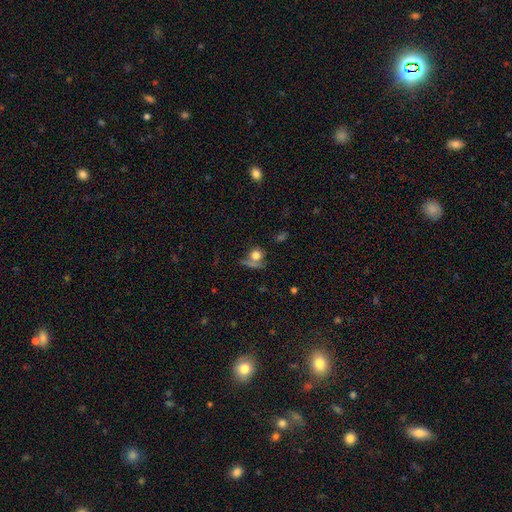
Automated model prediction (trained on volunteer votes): A smooth galaxy with no disk features (72%) that is round (83%).

Vote fractions:
- Smooth or featured? smooth: 72% / star or artifact: 17% / featured or disk: 12%
- How rounded? round: 83% / in between: 13% / cigar-shaped: 4%
- Merging? none: 60% / merger: 17% / minor disturbance: 13% / major disturbance: 9%